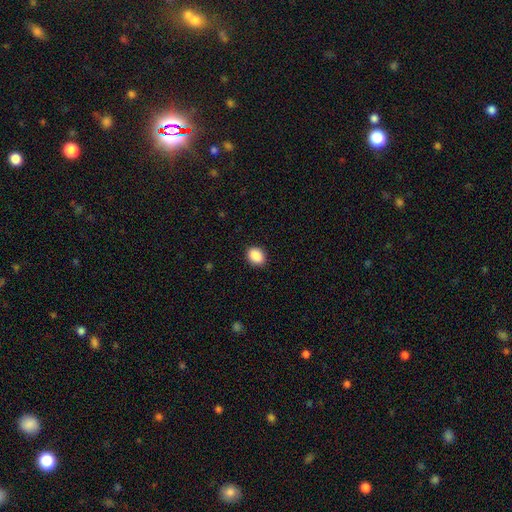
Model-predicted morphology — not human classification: The model was most divided on "how rounded": in between: 62%, round: 37%, cigar-shaped: 1%. More confident: smooth or featured — smooth (89%); merging — none (89%).